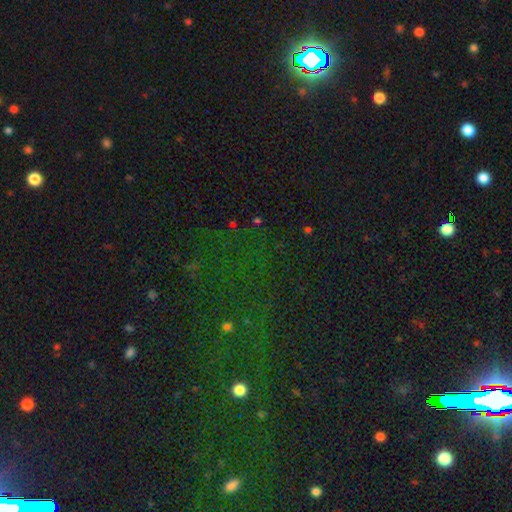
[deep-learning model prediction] A star or artifact, not a galaxy (76%).

Vote fractions:
- Smooth or featured? star or artifact: 76% / smooth: 15% / featured or disk: 9%